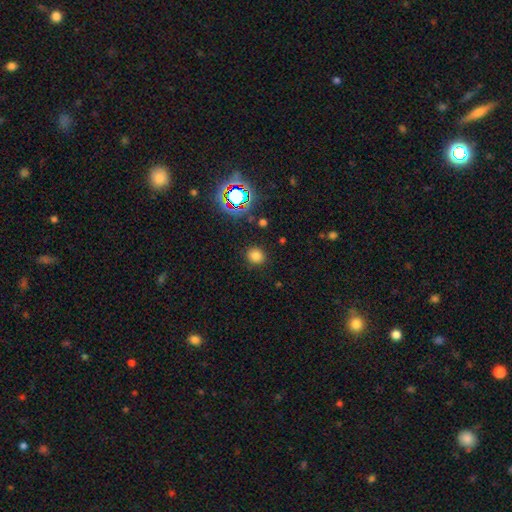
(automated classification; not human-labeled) Smooth or featured: smooth — 75% (star or artifact — 19%)
How rounded: round — 85% (in between — 14%)
Merging: none — 88% (minor disturbance — 7%)